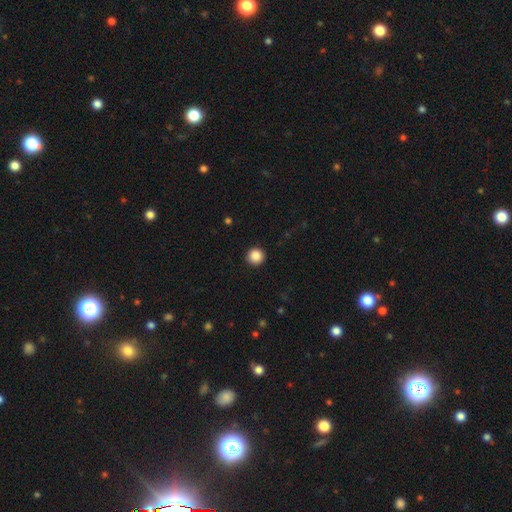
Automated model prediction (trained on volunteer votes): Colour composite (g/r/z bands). It shows a smooth galaxy with no disk features (87%) that is round (96%). Merging: none (93%).